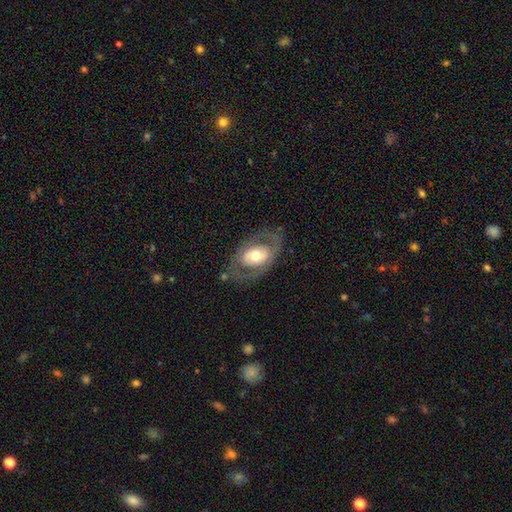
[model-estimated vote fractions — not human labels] Q: Smooth or featured?
A: featured or disk (61%); runner-up: smooth (33%)
Q: Edge-on disk?
A: no (92%); runner-up: yes (8%)
Q: Bar?
A: no (68%); runner-up: weak (21%)
Q: Spiral arms?
A: no (66%); runner-up: yes (34%)
Q: Bulge size?
A: moderate (66%); runner-up: large (20%)
Q: Merging?
A: none (71%); runner-up: minor disturbance (15%)